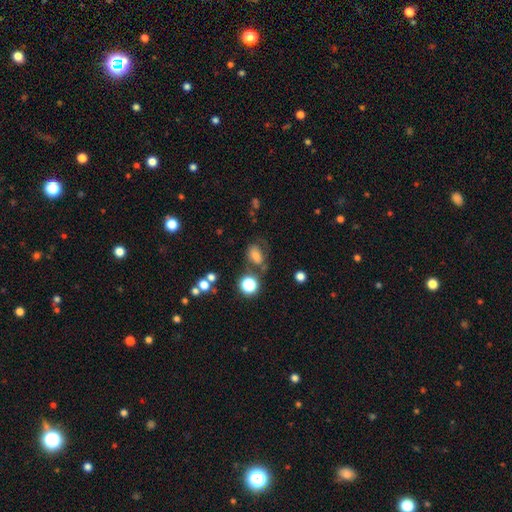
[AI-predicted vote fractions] A smooth galaxy with no disk features (61%) that is in between round and cigar-shaped (71%). Merging: none (50%).